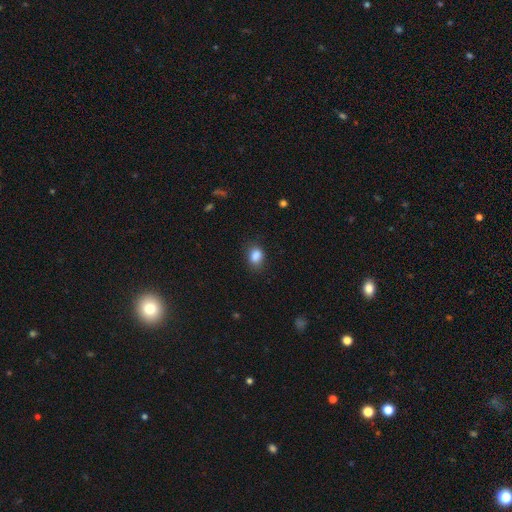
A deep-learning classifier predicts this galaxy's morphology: Smooth or featured? smooth (86%)
How rounded? in between (64%)
Merging? none (76%)